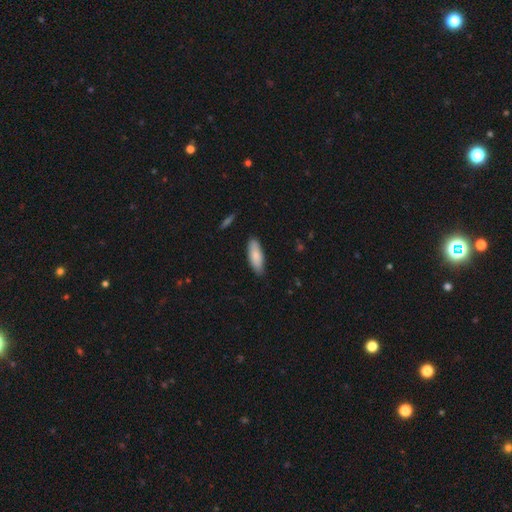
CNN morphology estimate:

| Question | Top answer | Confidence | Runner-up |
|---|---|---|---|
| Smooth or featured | smooth | 84% | featured or disk (11%) |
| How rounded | in between | 68% | cigar-shaped (30%) |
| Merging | none | 85% | minor disturbance (12%) |